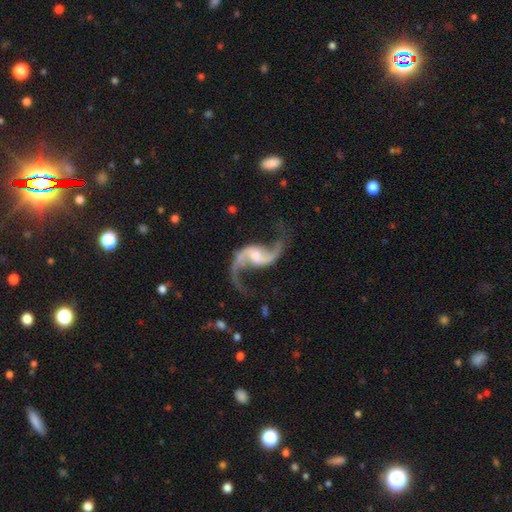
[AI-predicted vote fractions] Morphology: type=featured or disk (93%); edge-on=no (98%); bar=weak (44%); spiral arms=yes (98%); winding=loose (85%); arm count=2 (94%); bulge=moderate (47%); merging=none (74%).